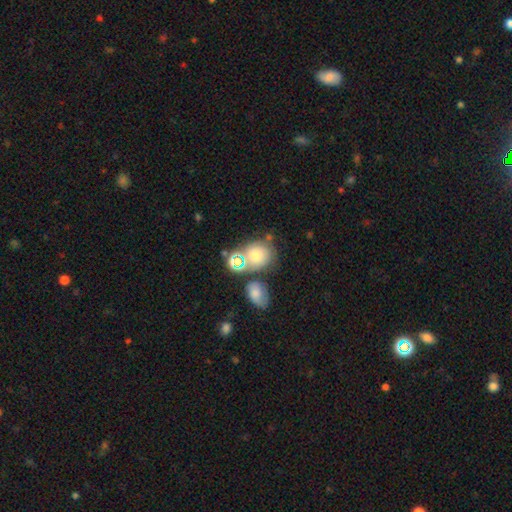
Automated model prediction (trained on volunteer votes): Overall: smooth (69%). How rounded: round (55%; in between 44%). Merging: none (52%; merger 25%).